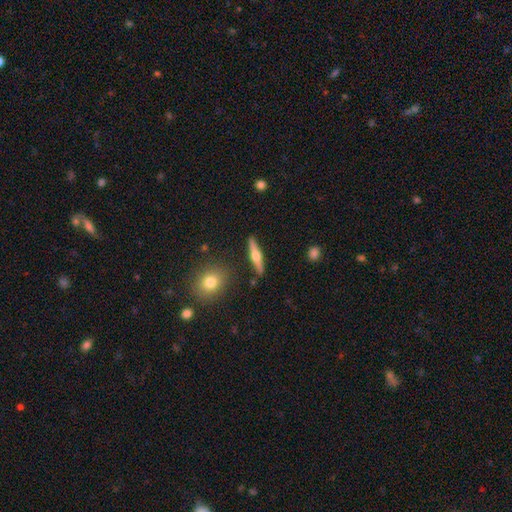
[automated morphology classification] A featured or disk galaxy (63%) viewed edge-on (96%) with a rounded central bulge (94%).

Vote fractions:
- Smooth or featured? featured or disk: 63% / smooth: 31% / star or artifact: 6%
- Edge-on disk? yes: 96% / no: 4%
- Edge-on bulge? rounded: 94% / boxy: 4% / none: 2%
- Merging? none: 88% / minor disturbance: 8% / merger: 3% / major disturbance: 2%